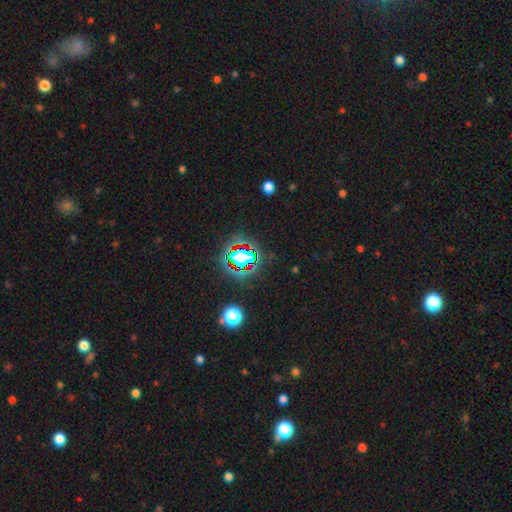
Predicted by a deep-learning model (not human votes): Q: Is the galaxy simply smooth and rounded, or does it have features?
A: star or artifact — 81%.